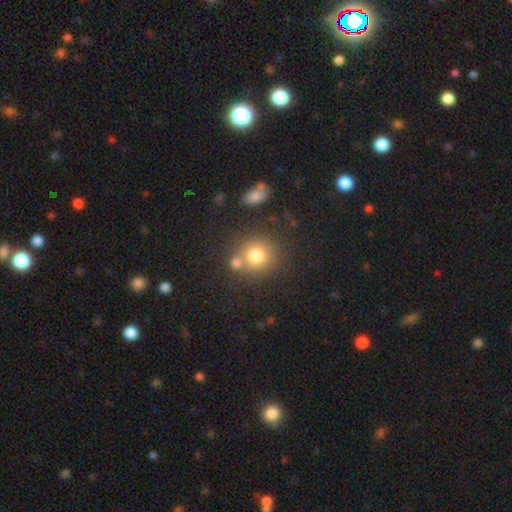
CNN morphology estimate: smooth 77%, star or artifact 13%, featured or disk 10%. Down the decision tree: how rounded — round (88%); merging — none (63%).